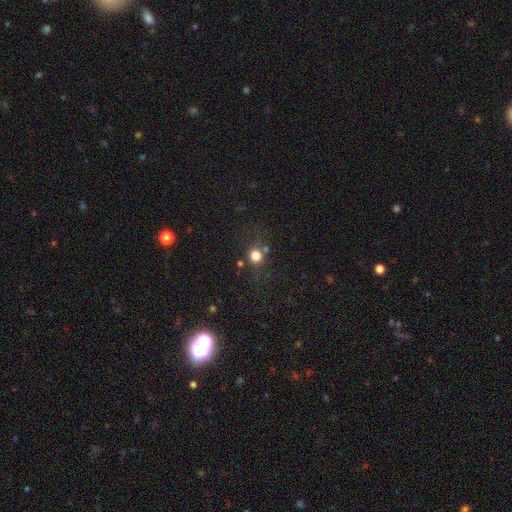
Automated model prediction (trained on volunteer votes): The model was most divided on "merging": none: 70%, minor disturbance: 13%, merger: 10%, major disturbance: 6%. More confident: how rounded — round (86%); smooth or featured — smooth (78%).